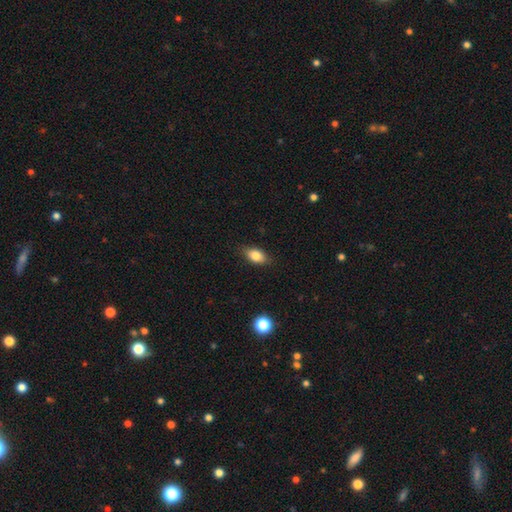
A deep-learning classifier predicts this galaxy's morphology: Smooth or featured: smooth — 83% (featured or disk — 9%)
How rounded: in between — 87% (round — 9%)
Merging: none — 84% (minor disturbance — 12%)